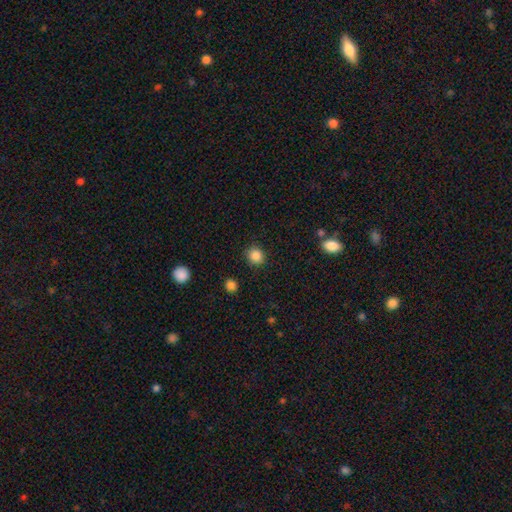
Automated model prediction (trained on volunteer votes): This appears to be a smooth galaxy with no disk features (86%) that is round (88%). Merging: none (89%).